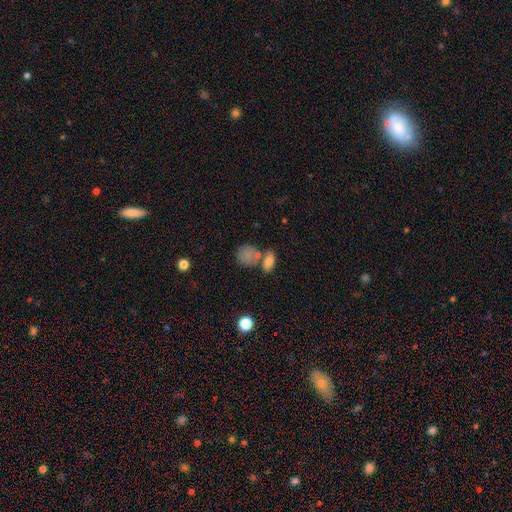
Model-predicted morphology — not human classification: smooth-or-featured: smooth: 70% | star or artifact: 16% | featured or disk: 14%
  how-rounded: round: 48% | in between: 47% | cigar-shaped: 5%
  merging: none: 46% | merger: 37% | minor disturbance: 11% | major disturbance: 6%